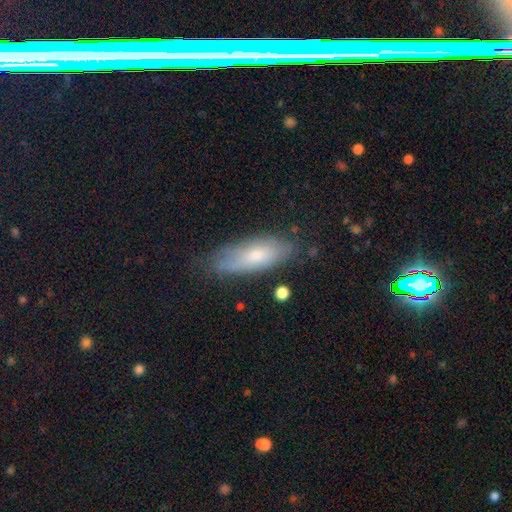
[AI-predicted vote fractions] This is likely a smooth galaxy (66%). How rounded: likely in between (67%). Merging: likely none (68%).